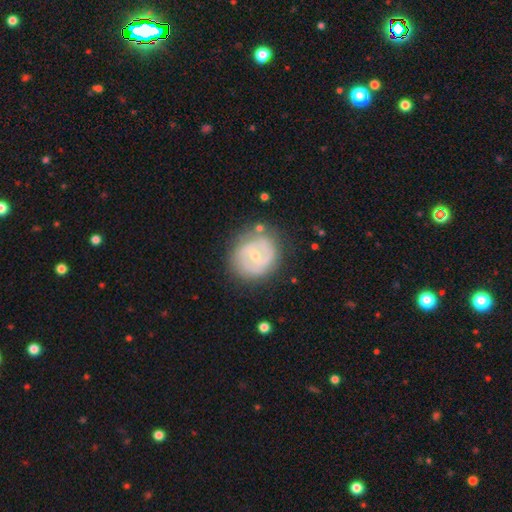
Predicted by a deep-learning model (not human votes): A featured or disk galaxy (71%) with no bar (44%), spiral arms (68%) and a moderate central bulge (48%, tied with small). Merging: none (71%).